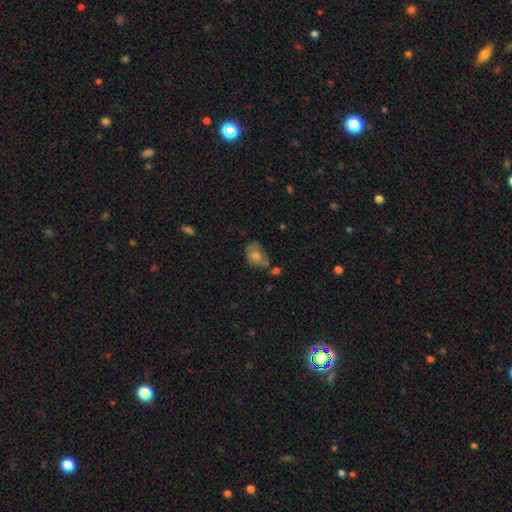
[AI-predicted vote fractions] smooth-or-featured: smooth: 59% | featured or disk: 26% | star or artifact: 15%
  how-rounded: in between: 68% | round: 30% | cigar-shaped: 2%
  merging: none: 47% | minor disturbance: 29% | major disturbance: 13% | merger: 12%